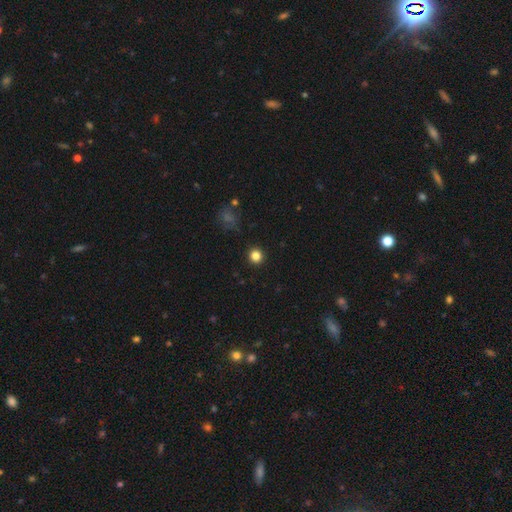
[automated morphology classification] The model was most divided on "smooth or featured": smooth: 83%, star or artifact: 12%, featured or disk: 4%. More confident: how rounded — round (94%); merging — none (92%).